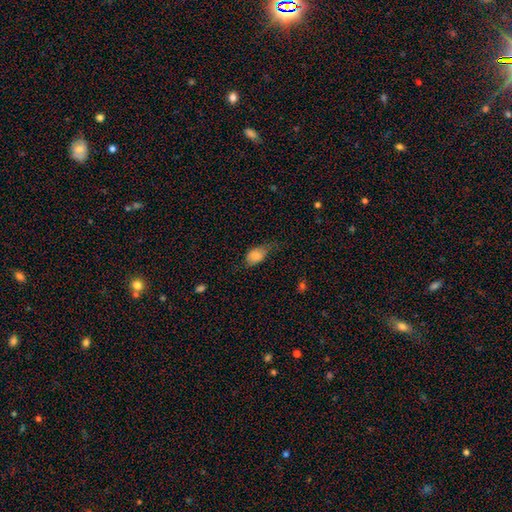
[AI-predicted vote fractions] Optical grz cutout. It shows a smooth galaxy with no disk features (82%) that is in between round and cigar-shaped (85%). Merging: minor disturbance (41%).